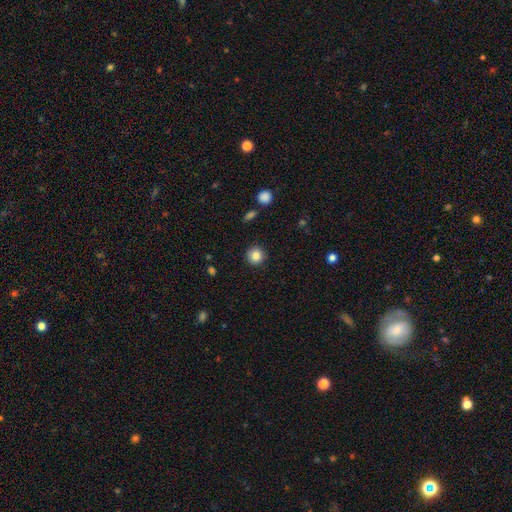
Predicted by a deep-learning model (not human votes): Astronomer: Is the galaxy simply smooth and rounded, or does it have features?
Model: smooth — 84%.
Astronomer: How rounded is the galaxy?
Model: round — 94%.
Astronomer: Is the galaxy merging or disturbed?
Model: none — 91%.